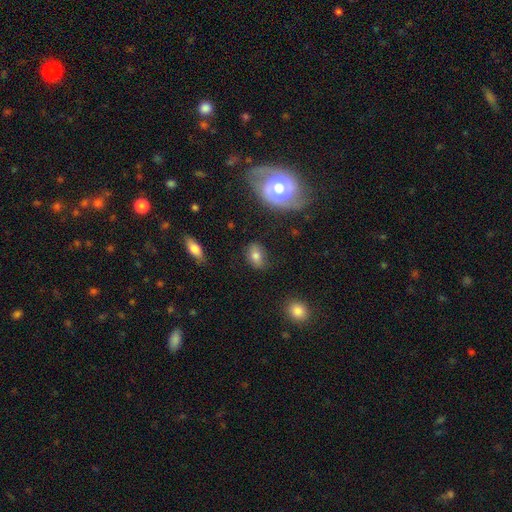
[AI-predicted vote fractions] The model was most divided on "how rounded": in between: 79%, round: 19%, cigar-shaped: 3%. More confident: merging — none (77%); smooth or featured — smooth (75%).